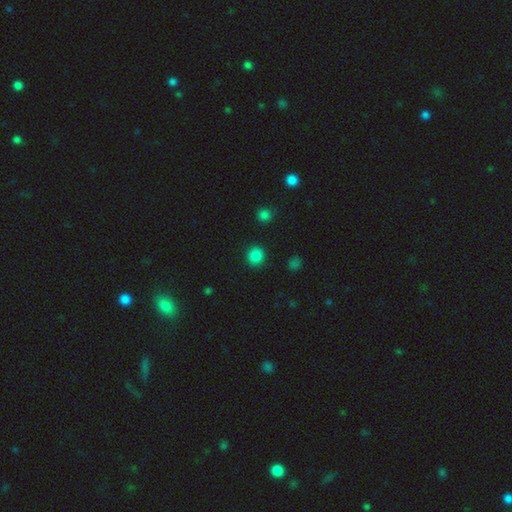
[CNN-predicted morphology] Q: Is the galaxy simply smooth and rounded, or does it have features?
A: smooth — 85%.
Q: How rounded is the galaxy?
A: round — 89%.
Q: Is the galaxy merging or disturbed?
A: none — 91%.